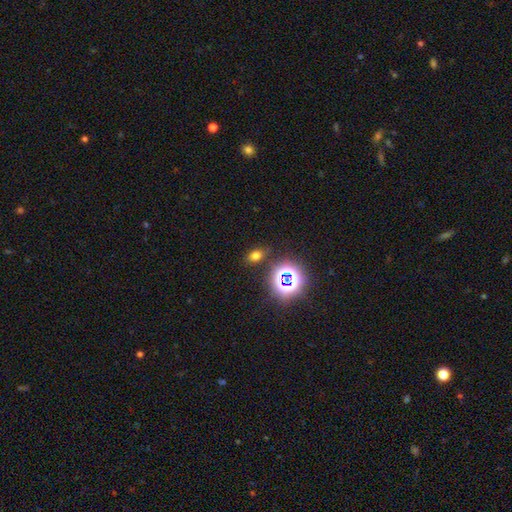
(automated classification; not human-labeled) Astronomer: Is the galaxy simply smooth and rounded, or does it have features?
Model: smooth — 63%.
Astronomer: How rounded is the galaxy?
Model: in between — 75%.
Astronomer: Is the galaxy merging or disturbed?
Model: none — 82%.